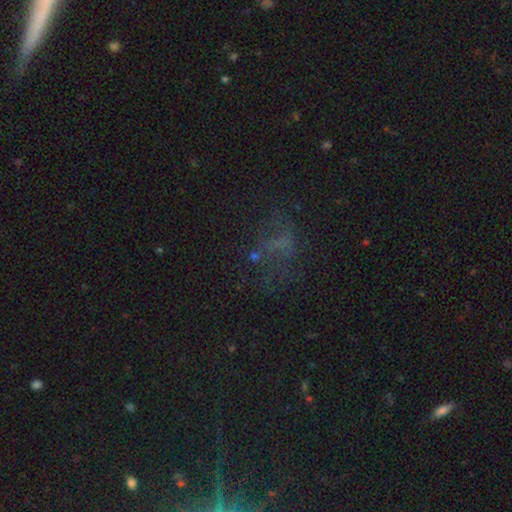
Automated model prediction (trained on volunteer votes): Smooth or featured? Predicted: star or artifact (p=0.37).